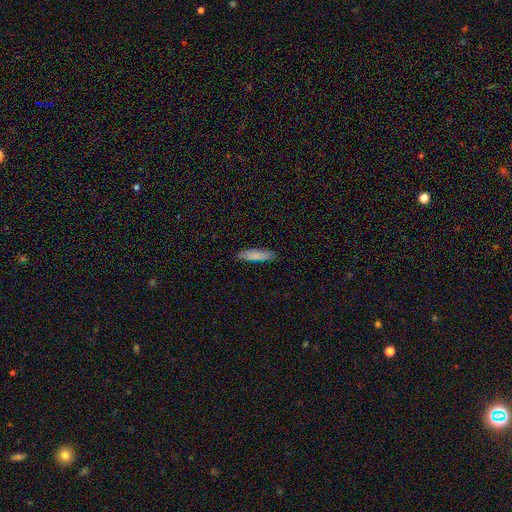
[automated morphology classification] This appears to be a smooth galaxy with no disk features (81%) that is cigar-shaped (71%). Merging: none (86%).